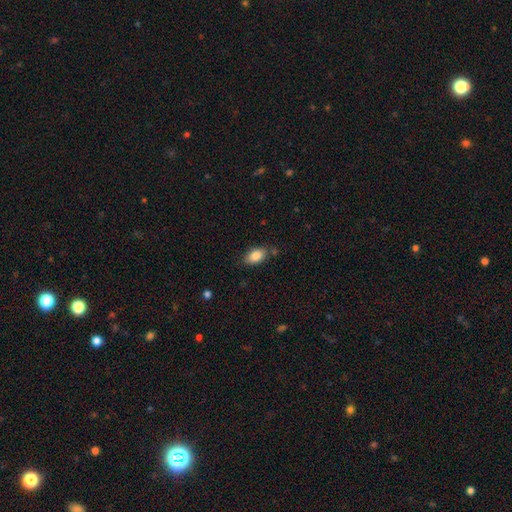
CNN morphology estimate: Q: Smooth or featured?
A: smooth (86%); runner-up: star or artifact (7%)
Q: How rounded?
A: in between (90%); runner-up: round (6%)
Q: Merging?
A: none (77%); runner-up: minor disturbance (16%)